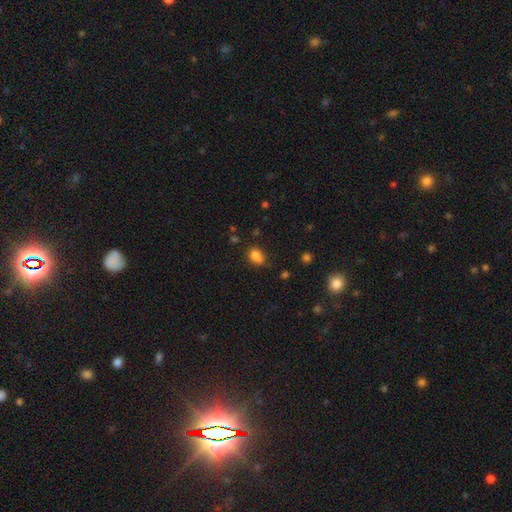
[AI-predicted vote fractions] A smooth galaxy with no disk features (82%) that is in between round and cigar-shaped (62%). Merging: none (61%).